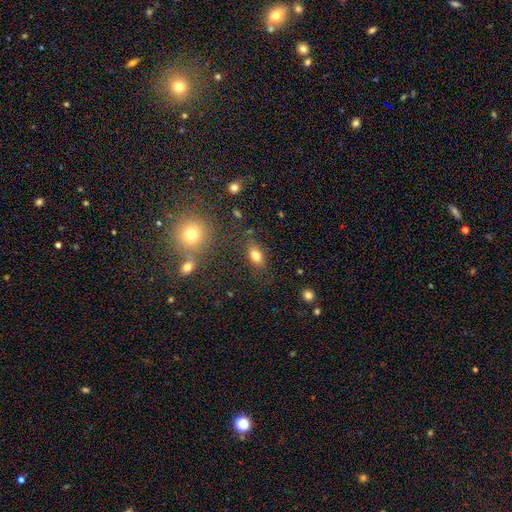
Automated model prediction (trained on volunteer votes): Smooth or featured? Predicted: smooth (p=0.80). How rounded? Predicted: in between (p=0.85). Merging? Predicted: none (p=0.78).